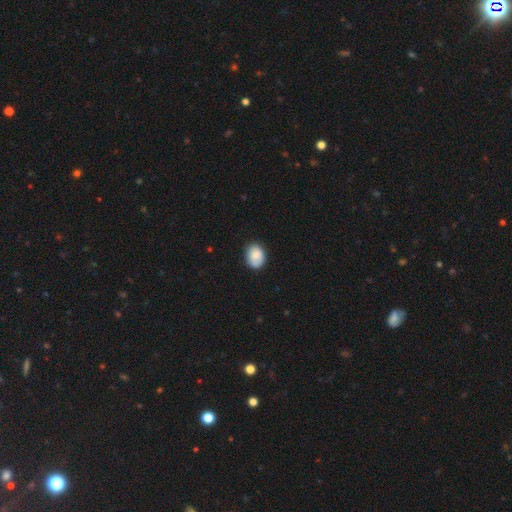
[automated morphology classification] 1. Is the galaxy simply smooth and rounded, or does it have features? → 82% smooth, 10% featured or disk, 7% star or artifact.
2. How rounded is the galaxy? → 63% in between, 37% round, 1% cigar-shaped.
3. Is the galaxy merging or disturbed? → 75% none, 19% minor disturbance, 4% major disturbance, 2% merger.